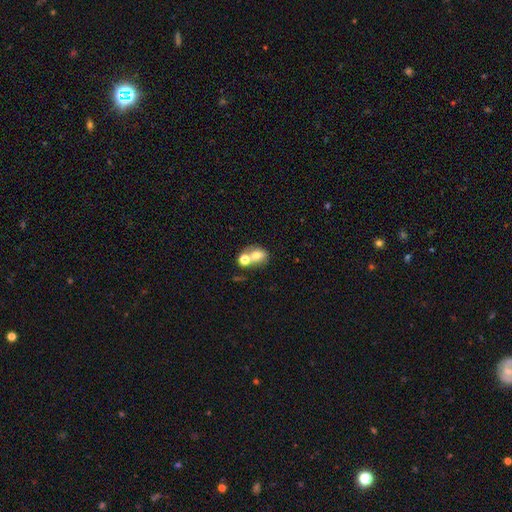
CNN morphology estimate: A smooth galaxy with no disk features (67%) that is in between round and cigar-shaped (61%).

Vote fractions:
- Smooth or featured? smooth: 67% / featured or disk: 21% / star or artifact: 12%
- How rounded? in between: 61% / round: 38% / cigar-shaped: 1%
- Merging? merger: 54% / none: 31% / minor disturbance: 10% / major disturbance: 6%